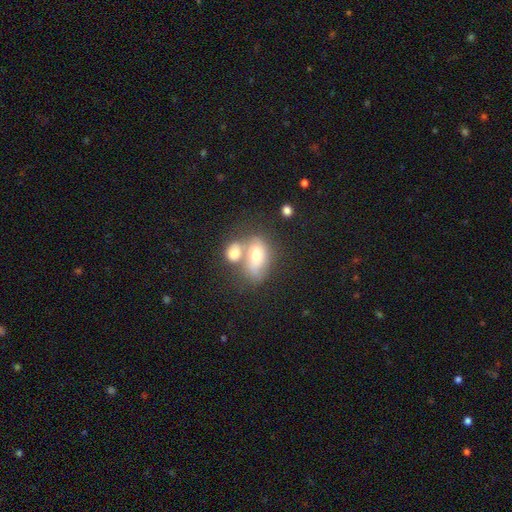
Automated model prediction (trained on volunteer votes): A smooth galaxy with no disk features (57%) that is in between round and cigar-shaped (77%). Merging: merger (52%).